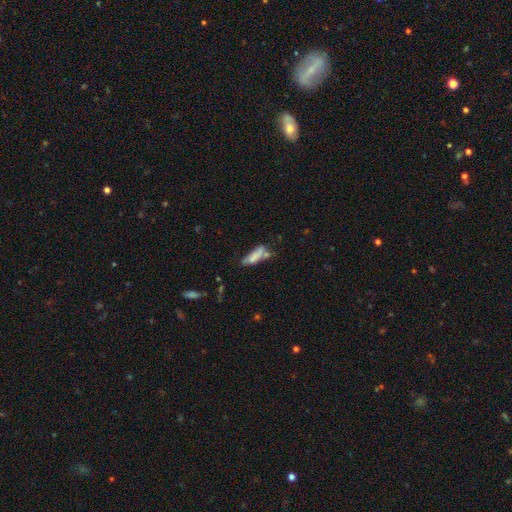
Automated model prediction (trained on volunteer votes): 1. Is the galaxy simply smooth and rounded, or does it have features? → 69% smooth, 21% featured or disk, 9% star or artifact.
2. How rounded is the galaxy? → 53% cigar-shaped, 45% in between, 2% round.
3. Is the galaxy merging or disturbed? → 39% none, 27% minor disturbance, 19% merger, 14% major disturbance.